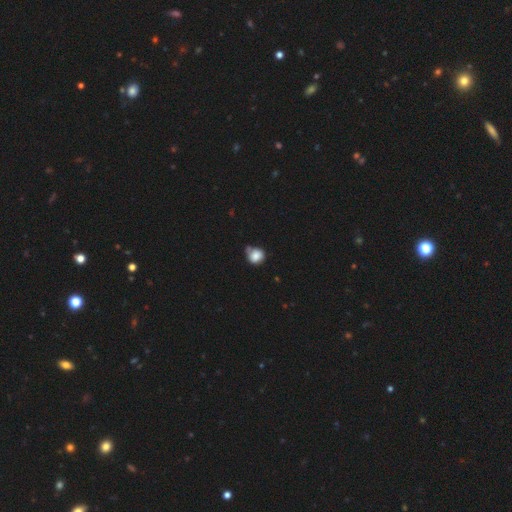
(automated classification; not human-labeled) This appears to be a smooth galaxy with no disk features (82%) that is round (82%). Merging: none (48%).